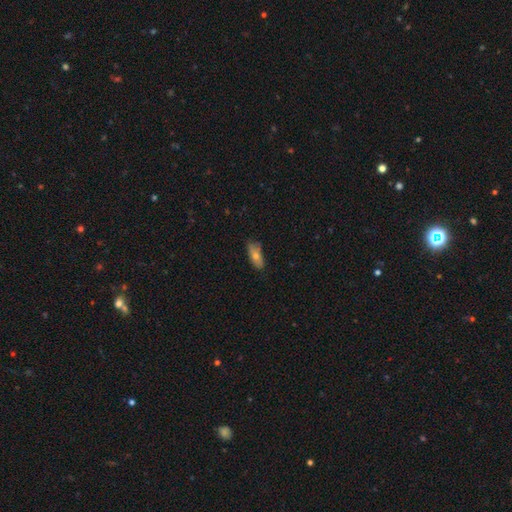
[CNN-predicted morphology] Overall: smooth (67%). How rounded: in between (73%). Merging: none (75%).